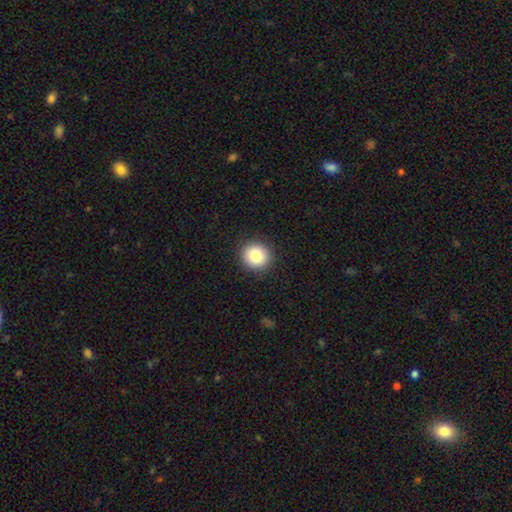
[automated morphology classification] Smooth or featured? Predicted: smooth (p=0.83). How rounded? Predicted: round (p=0.90). Merging? Predicted: none (p=0.91).